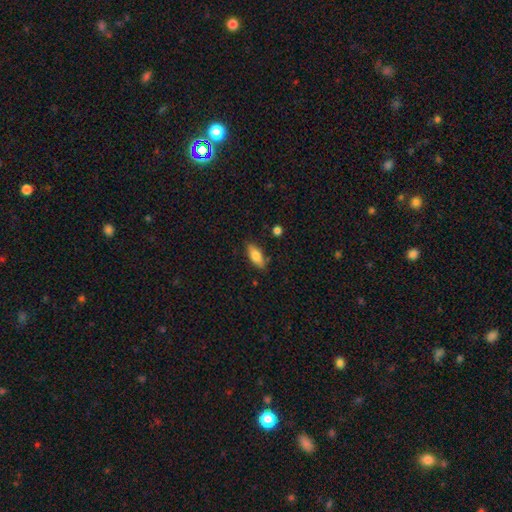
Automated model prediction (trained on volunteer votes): This appears to be a smooth galaxy with no disk features (79%) that is in between round and cigar-shaped (82%). Merging: none (80%).